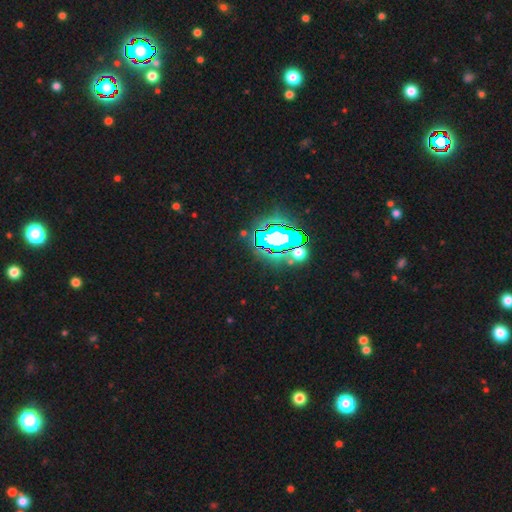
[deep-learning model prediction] A star or artifact, not a galaxy (84%).

Vote fractions:
- Smooth or featured? star or artifact: 84% / smooth: 9% / featured or disk: 7%